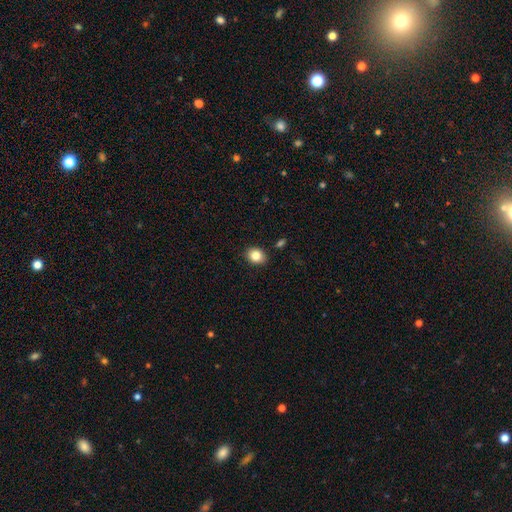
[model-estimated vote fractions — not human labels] Smooth or featured: smooth — 83% (star or artifact — 10%)
How rounded: round — 51% (in between — 48%)
Merging: none — 88% (minor disturbance — 8%)